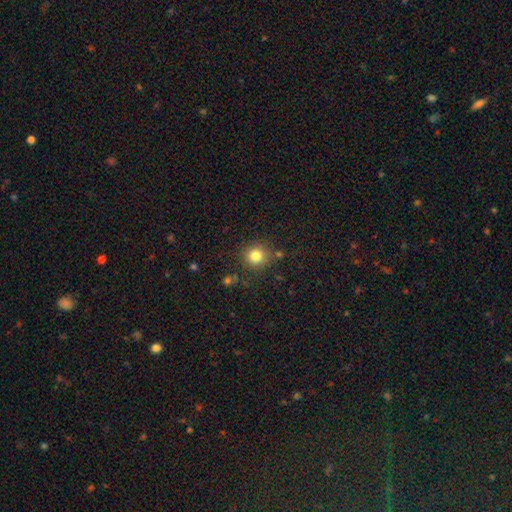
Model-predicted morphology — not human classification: This is clearly a smooth galaxy (81%). How rounded: clearly round (91%). Merging: clearly none (82%).